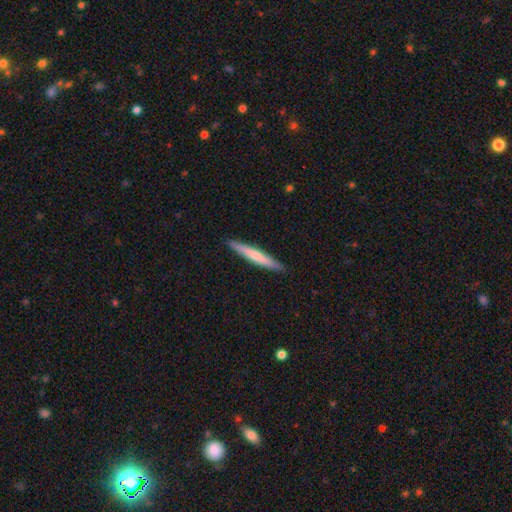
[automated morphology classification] Smooth or featured?
  - smooth: 64% *
  - featured or disk: 31%
  - star or artifact: 5%
How rounded?
  - cigar-shaped: 95% *
  - in between: 3%
  - round: 1%
Merging?
  - none: 91% *
  - minor disturbance: 6%
  - major disturbance: 1%
  - merger: 1%